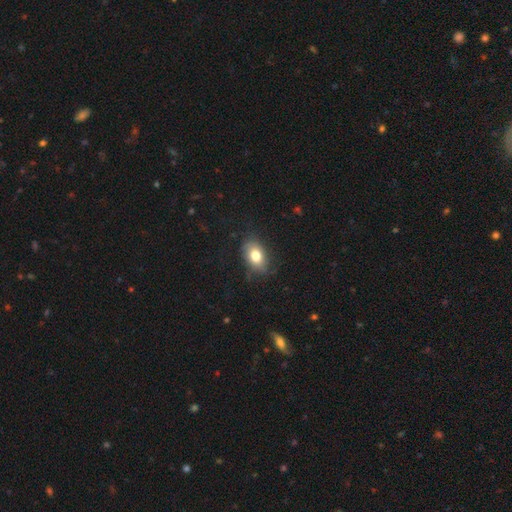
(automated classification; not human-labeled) smooth_or_featured: smooth (p=0.75) [alt: featured or disk p=0.16]
how_rounded: in between (p=0.82) [alt: round p=0.16]
merging: none (p=0.70) [alt: minor disturbance p=0.21]